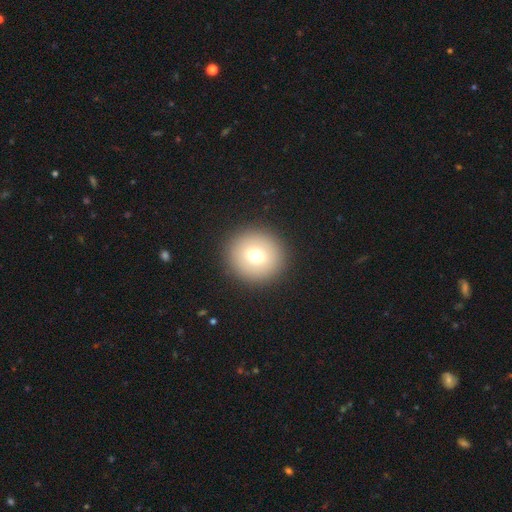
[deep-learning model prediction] Smooth or featured: smooth — 72% (featured or disk — 18%)
How rounded: round — 92% (in between — 7%)
Merging: none — 92% (minor disturbance — 5%)